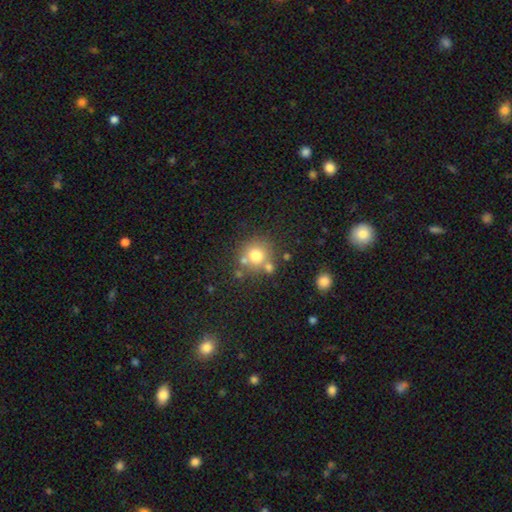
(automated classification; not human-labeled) Smooth or featured? smooth (72%)
How rounded? round (89%)
Merging? none (65%)